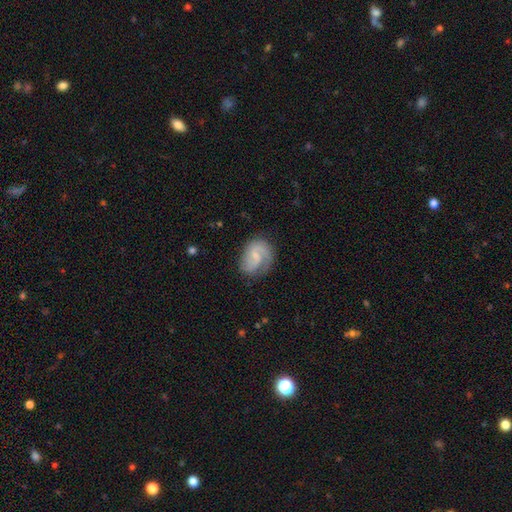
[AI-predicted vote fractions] Smooth or featured?
  - featured or disk: 70% *
  - smooth: 23%
  - star or artifact: 7%
Edge-on disk?
  - no: 98% *
  - yes: 2%
Bar?
  - weak: 48% *
  - no: 43%
  - strong: 9%
Spiral arms?
  - yes: 93% *
  - no: 7%
Spiral winding?
  - medium: 46% *
  - loose: 29%
  - tight: 26%
Spiral arm count?
  - 2: 68% *
  - 1: 16%
  - can't tell: 10%
  - 3: 4%
  - 4: 1%
  - more than 4: 1%
Bulge size?
  - small: 57% *
  - moderate: 21%
  - none: 19%
  - large: 2%
  - dominant: 1%
Merging?
  - none: 66% *
  - minor disturbance: 21%
  - major disturbance: 11%
  - merger: 2%